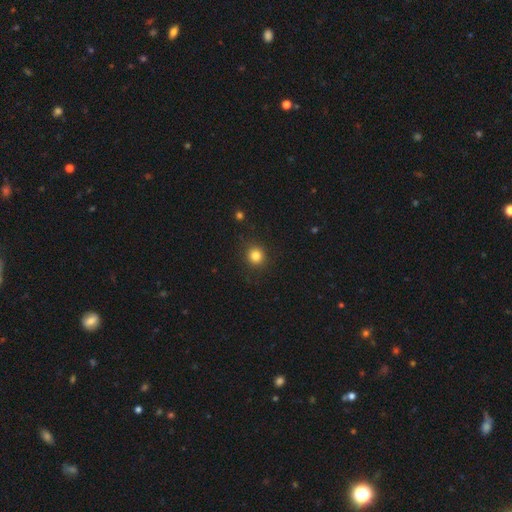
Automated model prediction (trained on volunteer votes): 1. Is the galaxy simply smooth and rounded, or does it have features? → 83% smooth, 12% star or artifact, 5% featured or disk.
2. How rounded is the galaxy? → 91% round, 8% in between, 1% cigar-shaped.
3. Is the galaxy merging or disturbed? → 89% none, 7% minor disturbance, 3% major disturbance, 1% merger.